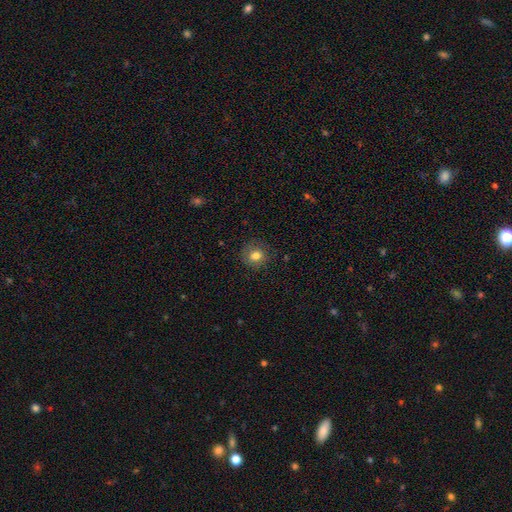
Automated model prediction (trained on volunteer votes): smooth-or-featured: smooth: 80% | star or artifact: 11% | featured or disk: 9%
  how-rounded: round: 83% | in between: 16% | cigar-shaped: 1%
  merging: none: 83% | minor disturbance: 12% | major disturbance: 4% | merger: 1%